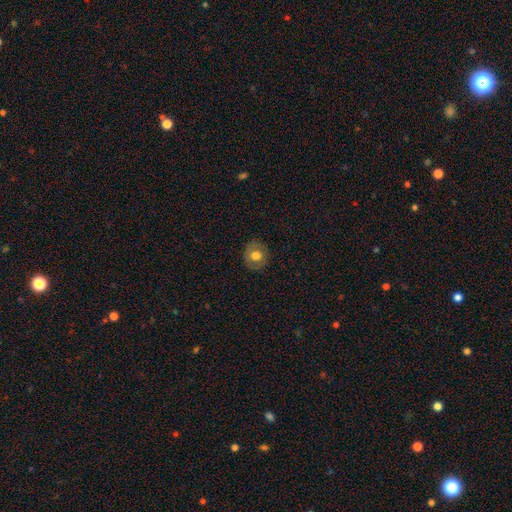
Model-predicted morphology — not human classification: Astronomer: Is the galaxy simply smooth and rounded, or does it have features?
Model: smooth — 62%.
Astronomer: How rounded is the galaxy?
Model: round — 84%.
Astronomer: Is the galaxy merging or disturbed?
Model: none — 86%.